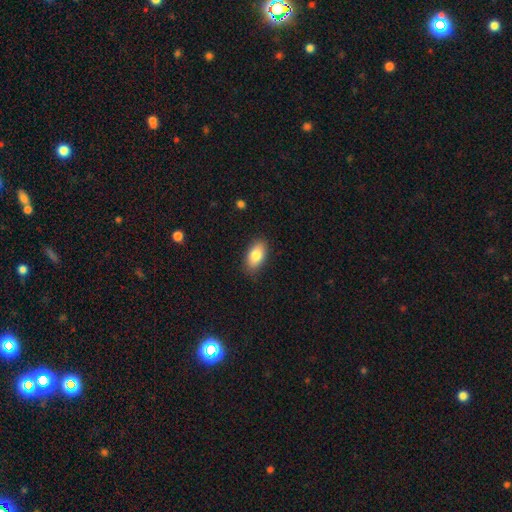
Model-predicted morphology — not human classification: Q: Smooth or featured?
A: smooth (83%); runner-up: featured or disk (10%)
Q: How rounded?
A: in between (92%); runner-up: round (4%)
Q: Merging?
A: none (87%); runner-up: minor disturbance (10%)